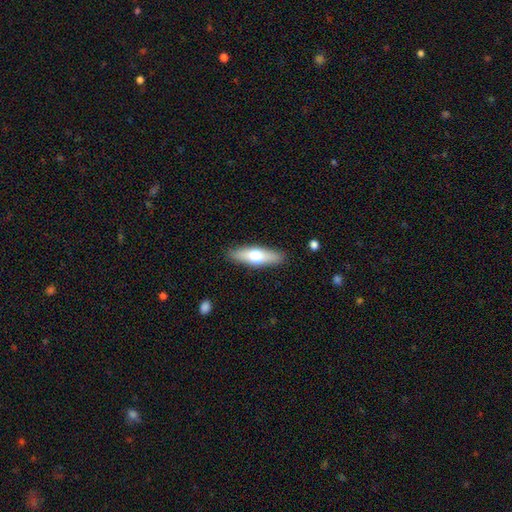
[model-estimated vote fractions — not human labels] Smooth or featured? smooth (56%)
How rounded? cigar-shaped (56%)
Merging? none (89%)